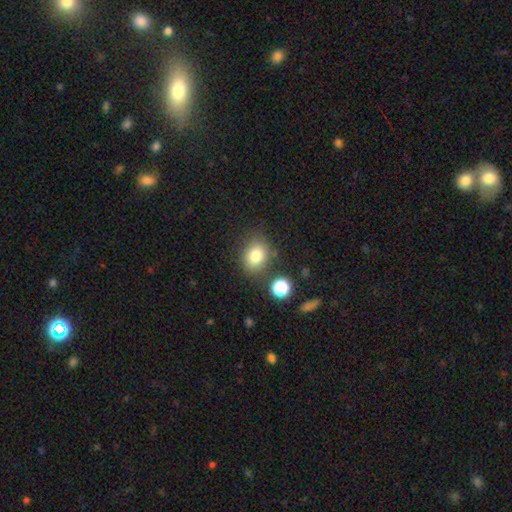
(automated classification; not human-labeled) Q: Smooth or featured?
A: smooth (81%); runner-up: star or artifact (11%)
Q: How rounded?
A: in between (51%); runner-up: round (48%)
Q: Merging?
A: none (77%); runner-up: minor disturbance (13%)